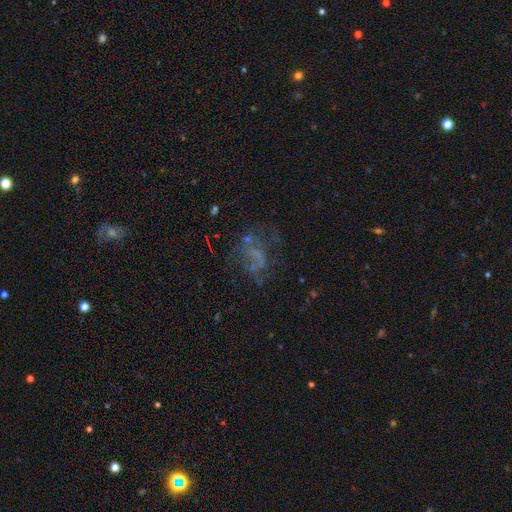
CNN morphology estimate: Smooth or featured? featured or disk (49%)
Merging? none (46%)